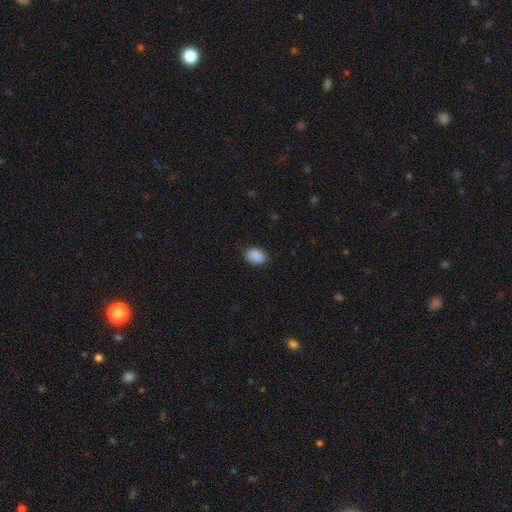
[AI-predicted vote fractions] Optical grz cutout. It shows a smooth galaxy with no disk features (90%) that is in between round and cigar-shaped (78%). Merging: none (85%).